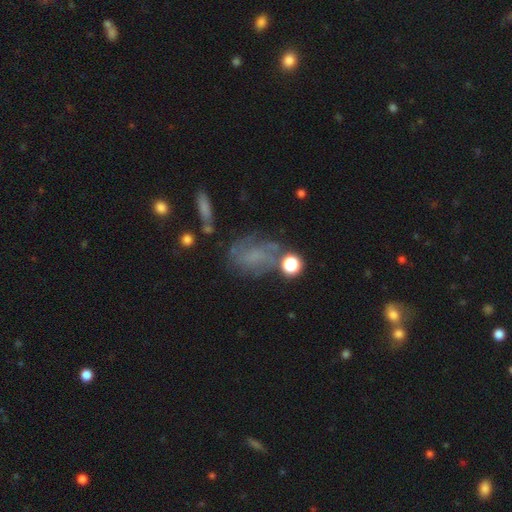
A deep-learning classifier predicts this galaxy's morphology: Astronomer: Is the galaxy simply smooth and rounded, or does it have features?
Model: featured or disk — 45% (runner-up: smooth, 34%).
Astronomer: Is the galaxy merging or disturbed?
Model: none — 50%.